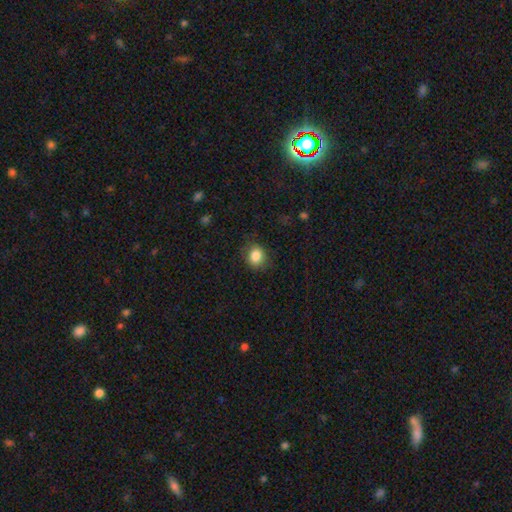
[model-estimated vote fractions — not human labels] smooth 85%, star or artifact 9%, featured or disk 6%. Down the decision tree: how rounded — round (65%); merging — none (79%).